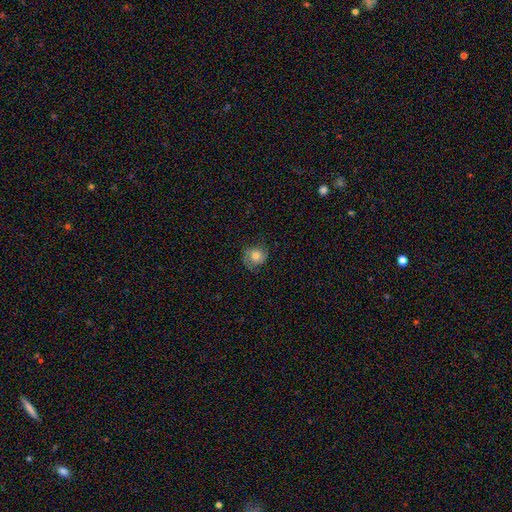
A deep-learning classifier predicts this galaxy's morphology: type=smooth (57%); roundness=round (82%); merging=none (72%).